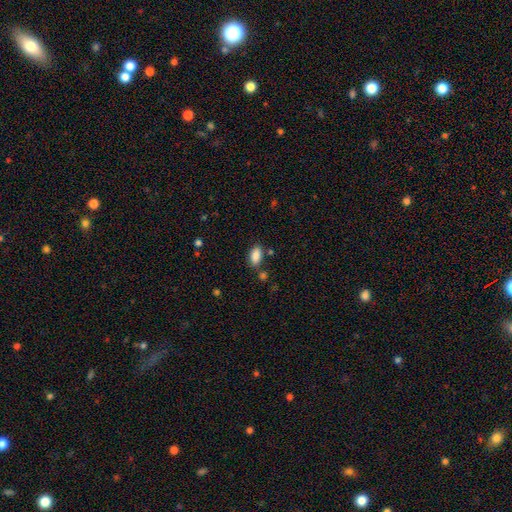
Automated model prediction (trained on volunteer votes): This is clearly a smooth galaxy (88%). How rounded: clearly in between (91%). Merging: likely none (79%).